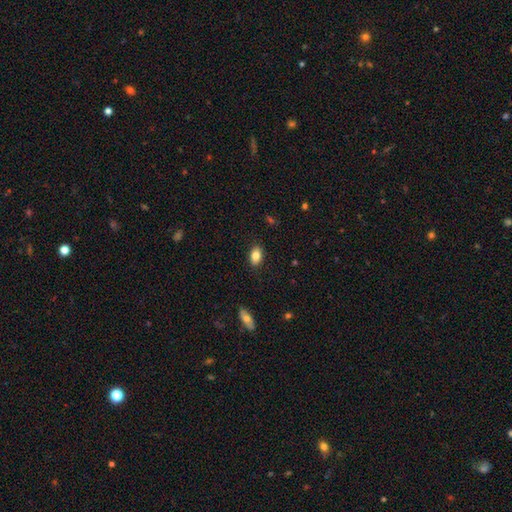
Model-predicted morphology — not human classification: Q: Smooth or featured?
A: smooth (83%); runner-up: featured or disk (9%)
Q: How rounded?
A: in between (89%); runner-up: round (8%)
Q: Merging?
A: none (87%); runner-up: minor disturbance (10%)